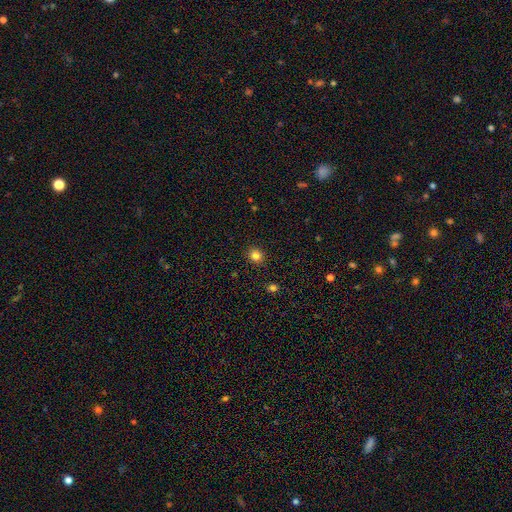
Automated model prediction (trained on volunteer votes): The model was most divided on "how rounded": round: 84%, in between: 16%, cigar-shaped: 1%. More confident: merging — none (91%); smooth or featured — smooth (82%).